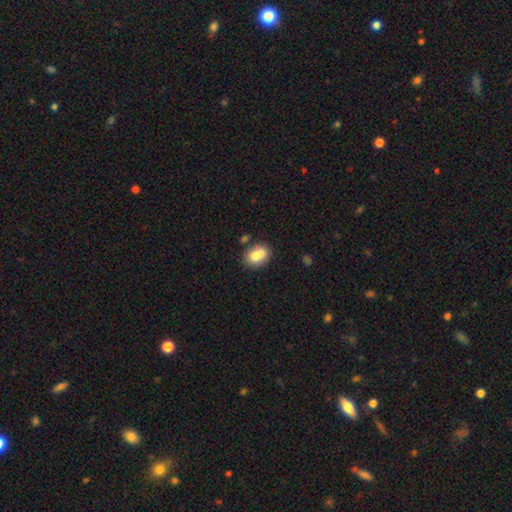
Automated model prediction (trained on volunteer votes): Smooth or featured: smooth — 72% (featured or disk — 19%)
How rounded: in between — 61% (round — 38%)
Merging: none — 49% (merger — 33%)